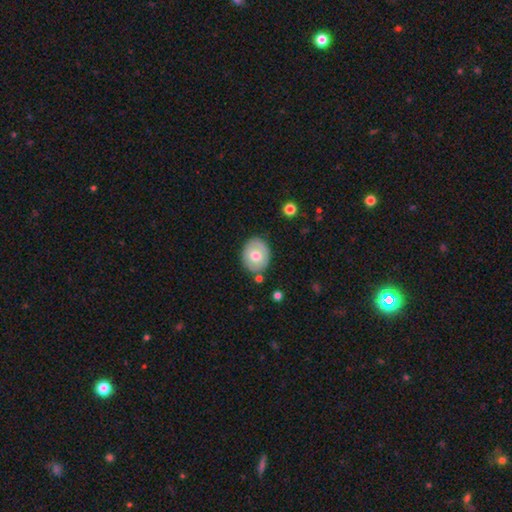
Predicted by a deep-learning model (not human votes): This appears to be a smooth galaxy with no disk features (61%) that is round (53%). Merging: none (81%).